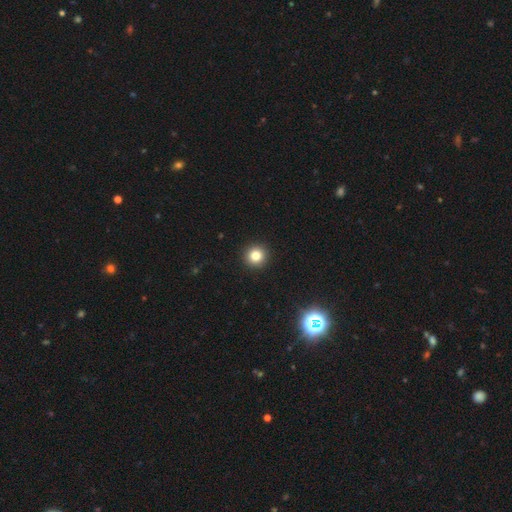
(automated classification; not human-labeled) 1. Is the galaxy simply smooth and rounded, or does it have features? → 82% smooth, 12% star or artifact, 6% featured or disk.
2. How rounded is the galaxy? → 95% round, 4% in between, 1% cigar-shaped.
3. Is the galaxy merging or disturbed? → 93% none, 4% minor disturbance, 2% major disturbance, 1% merger.